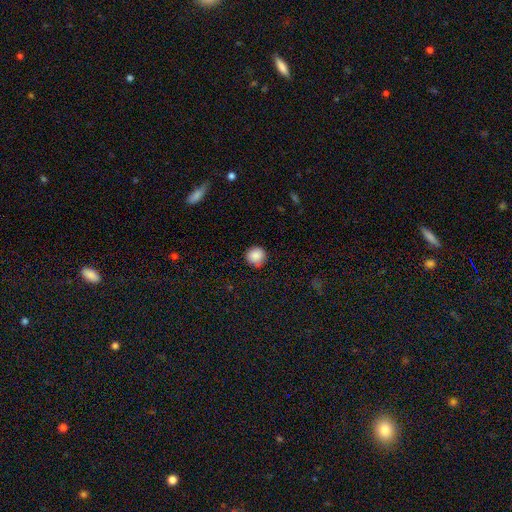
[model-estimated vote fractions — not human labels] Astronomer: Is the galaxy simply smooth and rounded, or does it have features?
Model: smooth — 88%.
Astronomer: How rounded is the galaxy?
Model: round — 94%.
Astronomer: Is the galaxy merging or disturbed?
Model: none — 88%.